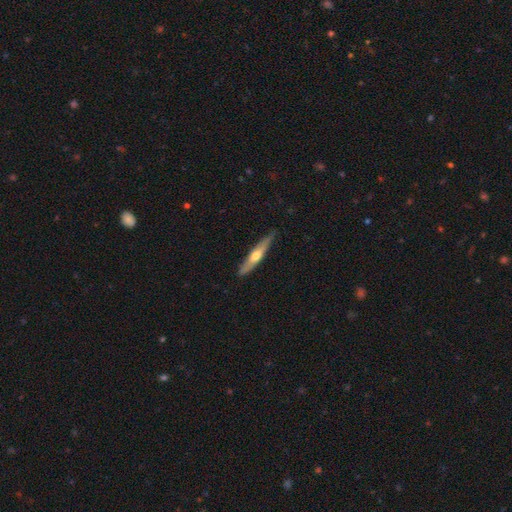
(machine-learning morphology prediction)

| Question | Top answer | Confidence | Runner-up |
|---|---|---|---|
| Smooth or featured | featured or disk | 50% | smooth (45%) |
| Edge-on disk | yes | 89% | no (11%) |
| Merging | none | 82% | minor disturbance (15%) |